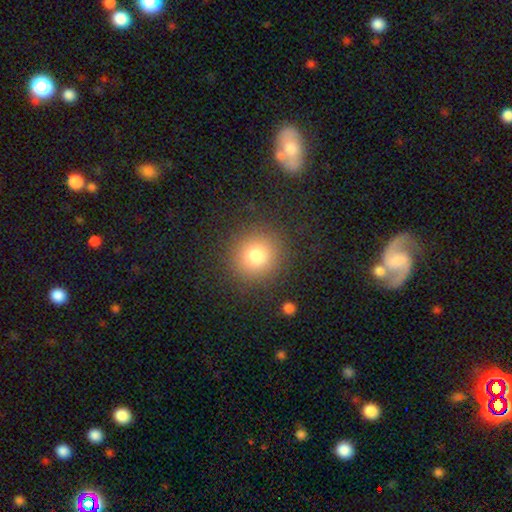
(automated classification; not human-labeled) smooth-or-featured: smooth: 78% | star or artifact: 14% | featured or disk: 9%
  how-rounded: round: 93% | in between: 6% | cigar-shaped: 1%
  merging: none: 88% | minor disturbance: 7% | major disturbance: 4% | merger: 1%